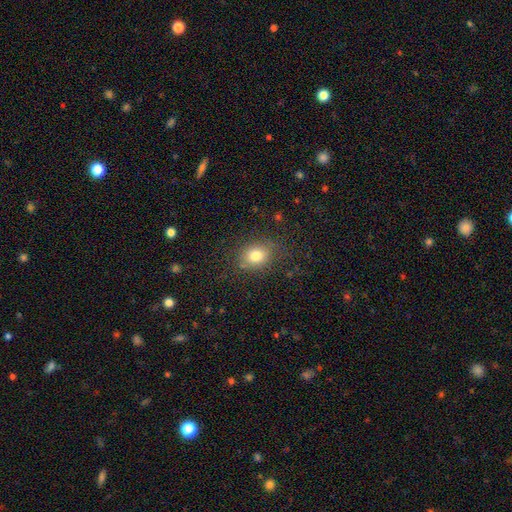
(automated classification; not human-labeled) A smooth galaxy with no disk features (78%) that is round (52%). Merging: none (78%).